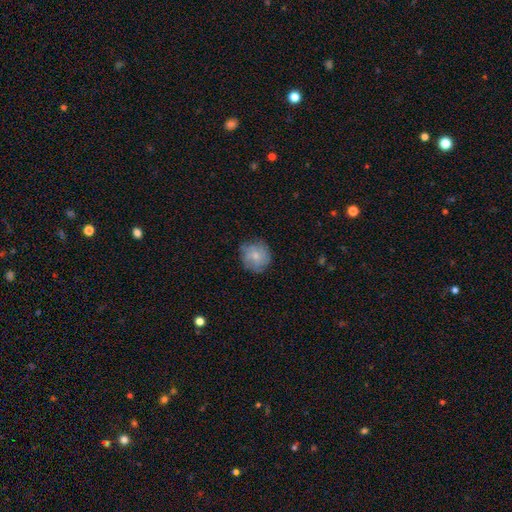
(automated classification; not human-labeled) Smooth or featured? Predicted: smooth (p=0.67). How rounded? Predicted: round (p=0.88). Merging? Predicted: none (p=0.75).